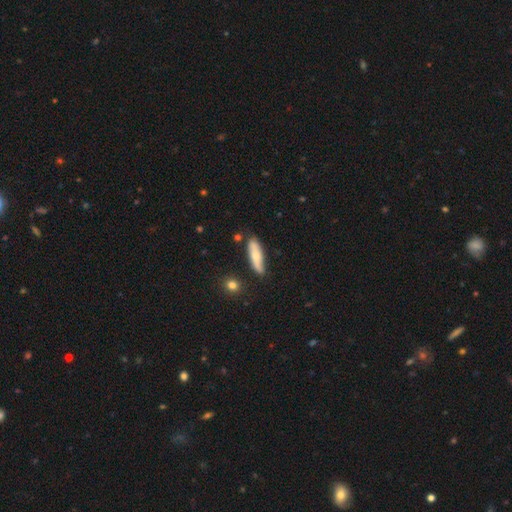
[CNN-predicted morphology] smooth 63%, featured or disk 31%, star or artifact 6%. Down the decision tree: how rounded — cigar-shaped (56%); merging — none (75%).